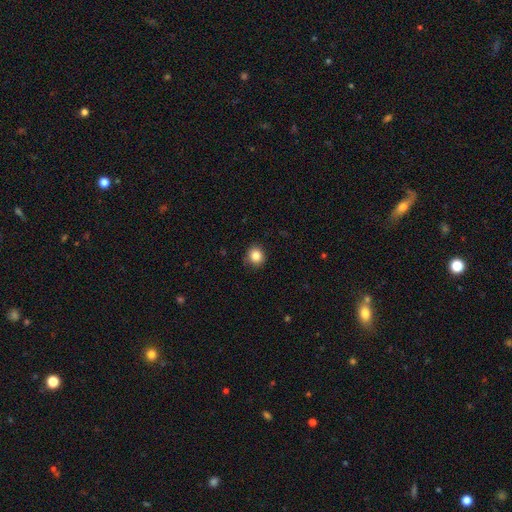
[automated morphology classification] smooth_or_featured: smooth (p=0.85) [alt: star or artifact p=0.10]
how_rounded: round (p=0.86) [alt: in between p=0.13]
merging: none (p=0.88) [alt: minor disturbance p=0.09]